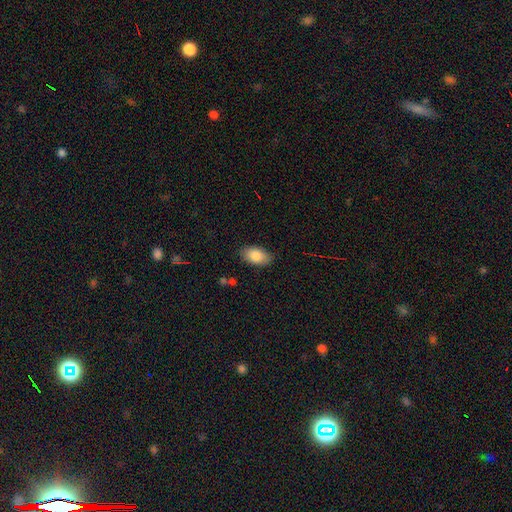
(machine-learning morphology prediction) Smooth or featured: smooth — 85% (featured or disk — 8%)
How rounded: in between — 93% (round — 5%)
Merging: none — 84% (minor disturbance — 12%)